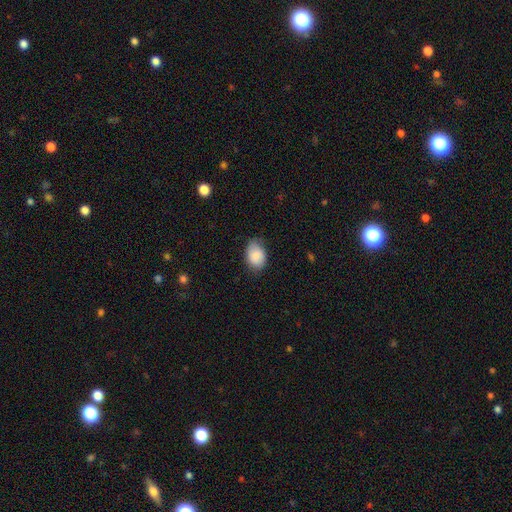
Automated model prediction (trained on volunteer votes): A smooth galaxy with no disk features (87%) that is in between round and cigar-shaped (83%).

Vote fractions:
- Smooth or featured? smooth: 87% / star or artifact: 7% / featured or disk: 6%
- How rounded? in between: 83% / round: 16% / cigar-shaped: 1%
- Merging? none: 72% / minor disturbance: 23% / major disturbance: 4% / merger: 1%